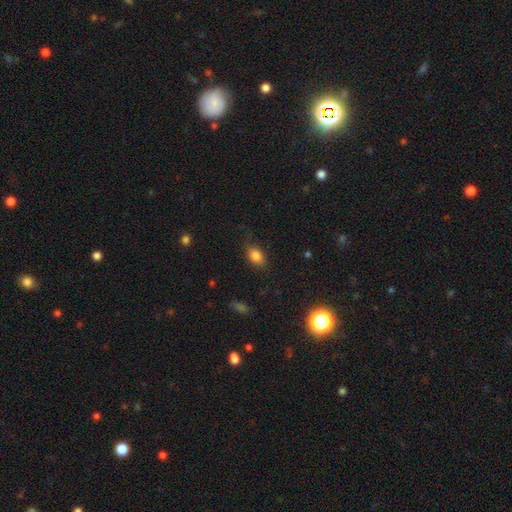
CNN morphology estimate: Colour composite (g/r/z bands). It shows a smooth galaxy with no disk features (83%) that is in between round and cigar-shaped (81%). Merging: none (76%).